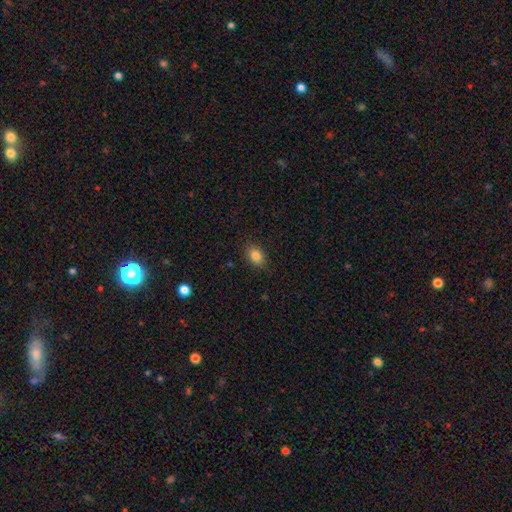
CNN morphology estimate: This appears to be a smooth galaxy with no disk features (84%) that is in between round and cigar-shaped (77%). Merging: none (86%).